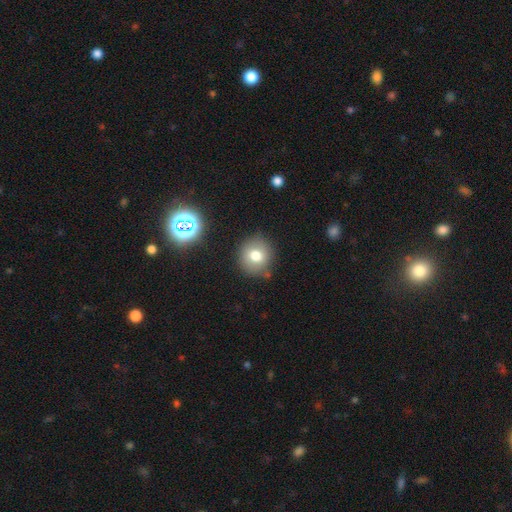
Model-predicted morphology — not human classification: Q: Smooth or featured?
A: smooth (74%); runner-up: featured or disk (13%)
Q: How rounded?
A: round (87%); runner-up: in between (12%)
Q: Merging?
A: none (82%); runner-up: minor disturbance (11%)